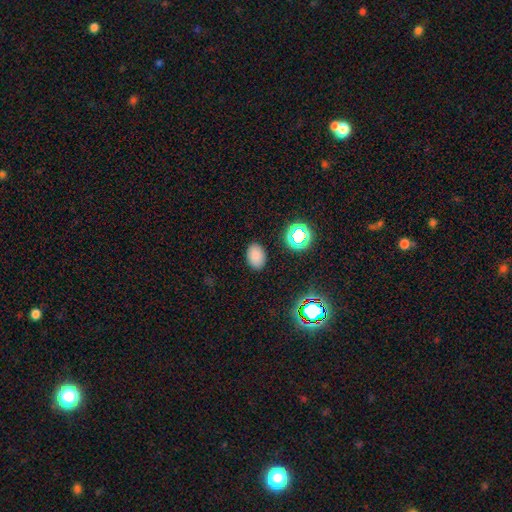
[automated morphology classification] Smooth or featured: smooth — 80% (star or artifact — 14%)
How rounded: in between — 85% (round — 14%)
Merging: none — 87% (minor disturbance — 9%)